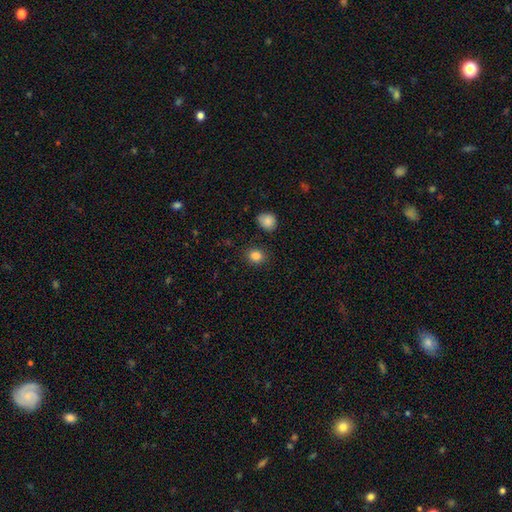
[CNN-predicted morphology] Smooth or featured?
  - smooth: 85% *
  - star or artifact: 11%
  - featured or disk: 4%
How rounded?
  - round: 76% *
  - in between: 23%
  - cigar-shaped: 1%
Merging?
  - none: 88% *
  - minor disturbance: 8%
  - major disturbance: 2%
  - merger: 2%